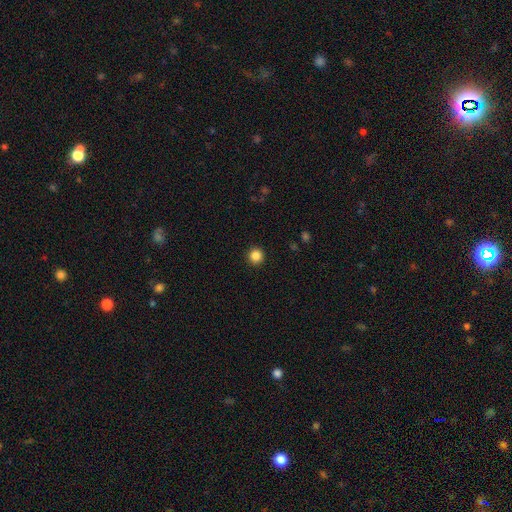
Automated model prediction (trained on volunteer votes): Q: Smooth or featured?
A: smooth (86%); runner-up: star or artifact (11%)
Q: How rounded?
A: round (95%); runner-up: in between (4%)
Q: Merging?
A: none (93%); runner-up: minor disturbance (4%)